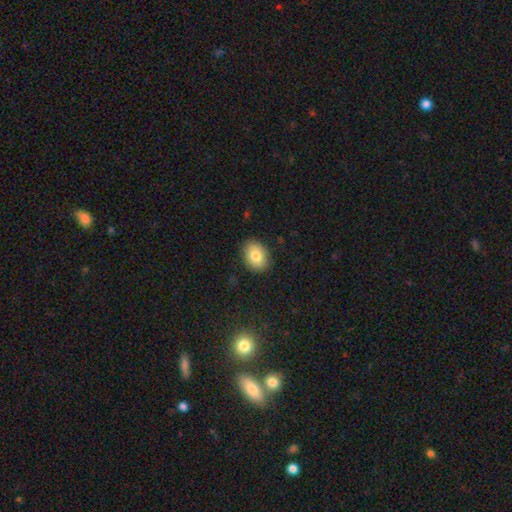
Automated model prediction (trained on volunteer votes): The model was most divided on "how rounded": in between: 73%, round: 26%, cigar-shaped: 1%. More confident: merging — none (88%); smooth or featured — smooth (81%).